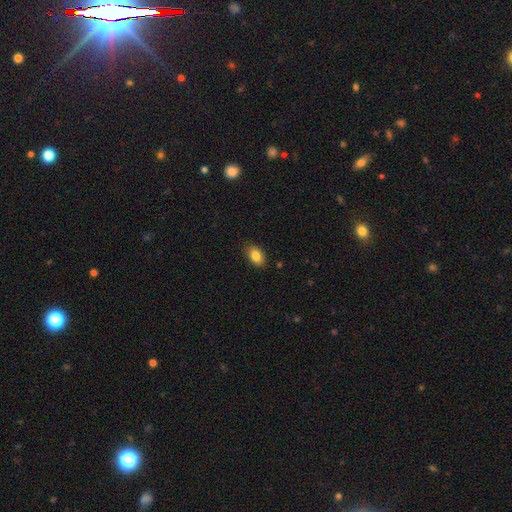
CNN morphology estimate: This appears to be a smooth galaxy with no disk features (85%) that is in between round and cigar-shaped (89%). Merging: none (85%).